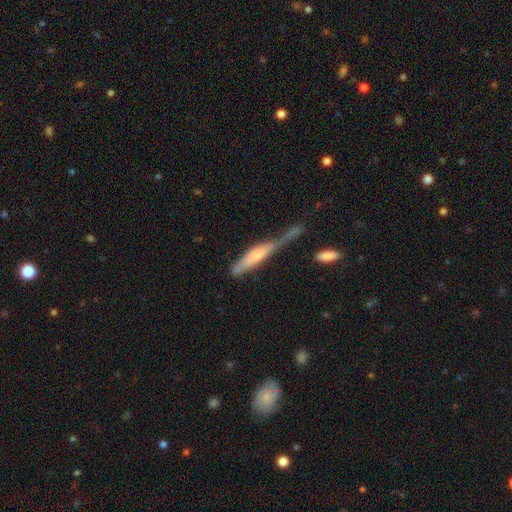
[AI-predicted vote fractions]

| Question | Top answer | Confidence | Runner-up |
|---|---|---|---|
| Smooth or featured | smooth | 58% | featured or disk (35%) |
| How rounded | cigar-shaped | 80% | in between (19%) |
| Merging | merger | 27% | major disturbance (26%) |